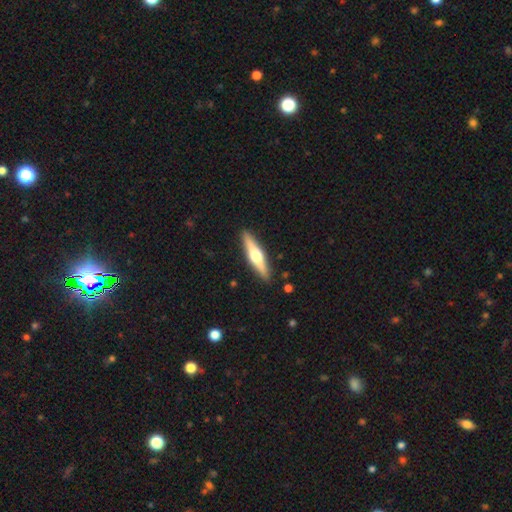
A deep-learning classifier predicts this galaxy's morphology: Q: Smooth or featured?
A: featured or disk (60%); runner-up: smooth (35%)
Q: Edge-on disk?
A: yes (96%); runner-up: no (4%)
Q: Edge-on bulge?
A: rounded (94%); runner-up: boxy (3%)
Q: Merging?
A: none (90%); runner-up: minor disturbance (7%)